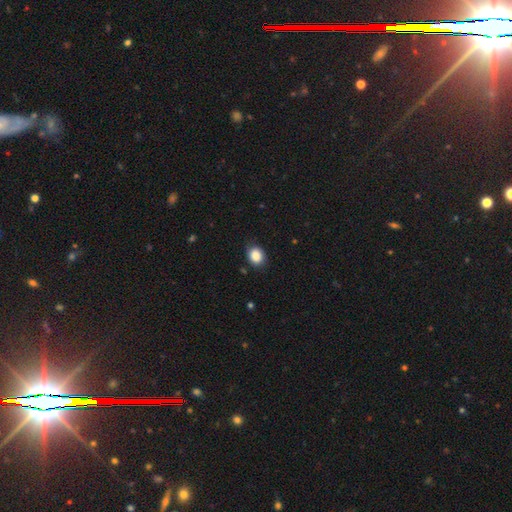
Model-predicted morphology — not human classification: Smooth or featured?
  - smooth: 88% *
  - star or artifact: 9%
  - featured or disk: 4%
How rounded?
  - in between: 50% *
  - round: 49%
  - cigar-shaped: 1%
Merging?
  - none: 84% *
  - minor disturbance: 12%
  - major disturbance: 3%
  - merger: 1%